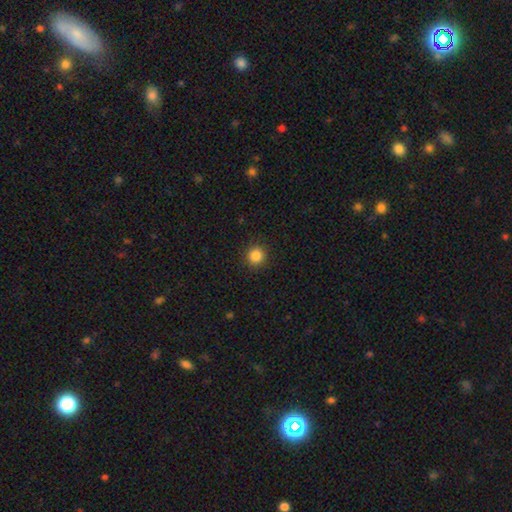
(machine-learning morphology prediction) A smooth galaxy with no disk features (86%) that is round (92%).

Vote fractions:
- Smooth or featured? smooth: 86% / star or artifact: 11% / featured or disk: 3%
- How rounded? round: 92% / in between: 7% / cigar-shaped: 1%
- Merging? none: 91% / minor disturbance: 6% / major disturbance: 2% / merger: 1%